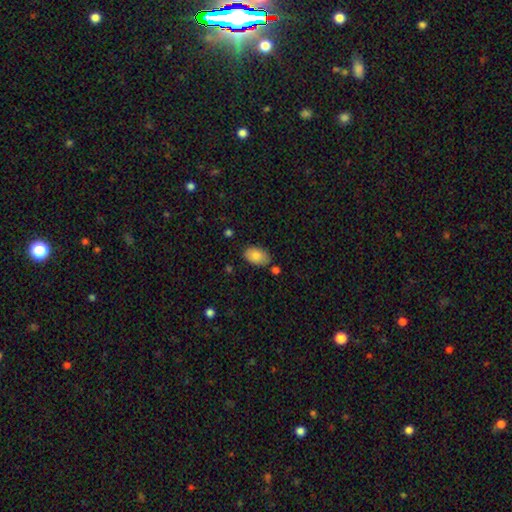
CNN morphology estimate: A smooth galaxy with no disk features (83%) that is in between round and cigar-shaped (92%). Merging: none (78%).